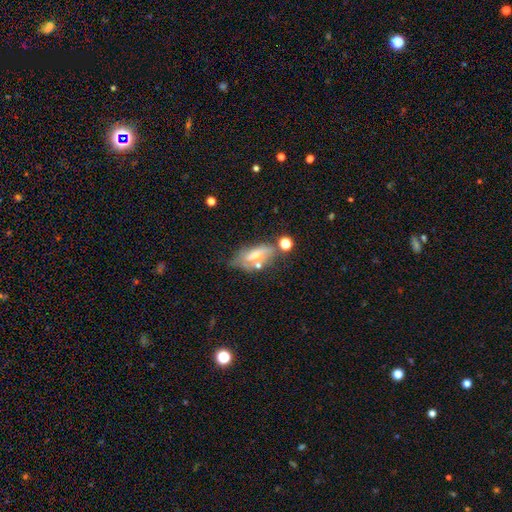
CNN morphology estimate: smooth-or-featured: smooth: 50% | featured or disk: 40% | star or artifact: 10%
  how-rounded: in between: 80% | cigar-shaped: 14% | round: 6%
  merging: none: 41% | minor disturbance: 25% | merger: 18% | major disturbance: 16%